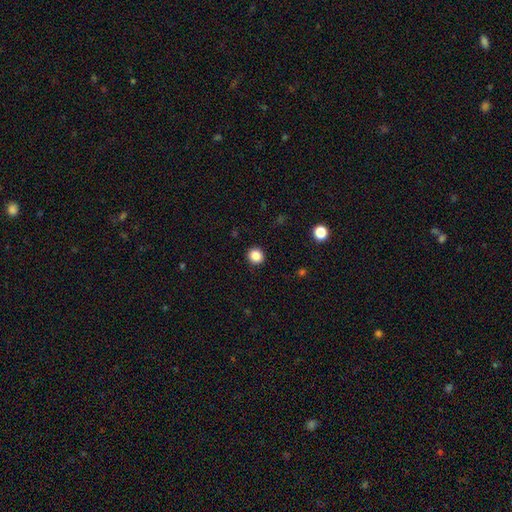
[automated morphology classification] The model was most divided on "smooth or featured": smooth: 86%, star or artifact: 11%, featured or disk: 3%. More confident: merging — none (92%); how rounded — round (89%).